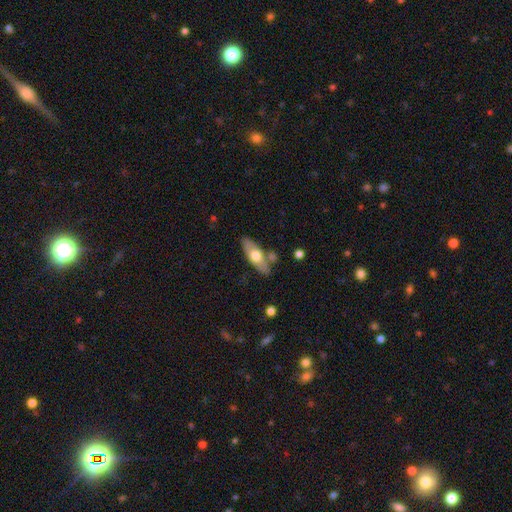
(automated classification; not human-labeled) smooth 55%, featured or disk 40%, star or artifact 5%. Down the decision tree: how rounded — in between (63%); merging — none (77%).